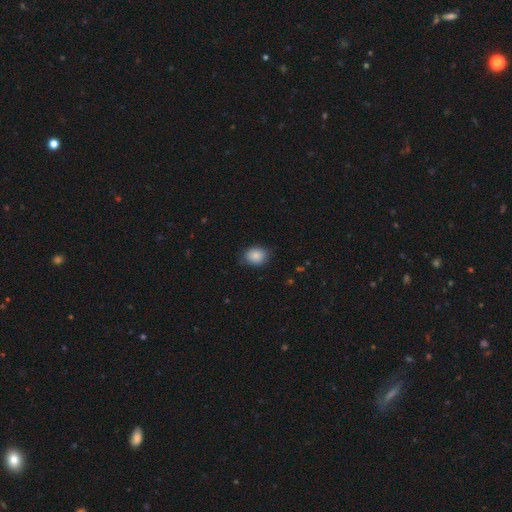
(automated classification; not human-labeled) This is clearly a smooth galaxy (87%). How rounded: possibly in between (54%). Merging: likely none (79%).